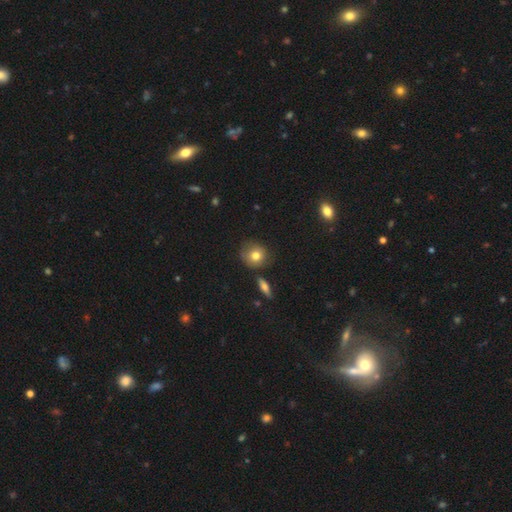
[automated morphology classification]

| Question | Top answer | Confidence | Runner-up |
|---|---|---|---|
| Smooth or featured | smooth | 77% | featured or disk (14%) |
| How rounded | round | 84% | in between (15%) |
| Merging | none | 72% | minor disturbance (17%) |